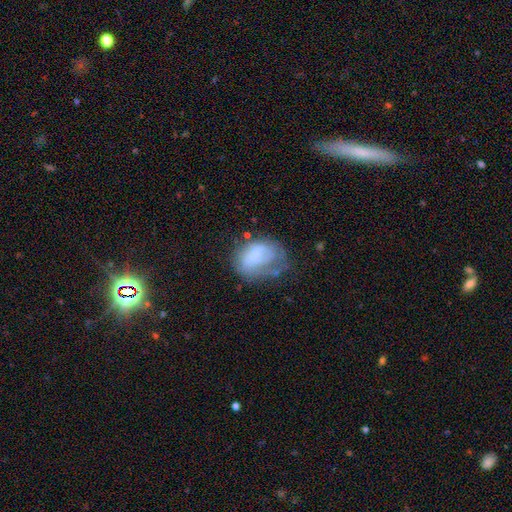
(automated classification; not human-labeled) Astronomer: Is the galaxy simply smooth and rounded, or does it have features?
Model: smooth — 53% (runner-up: featured or disk, 38%).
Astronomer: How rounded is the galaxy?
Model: in between — 73%.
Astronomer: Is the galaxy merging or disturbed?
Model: major disturbance — 33%, tied with none at 33%.